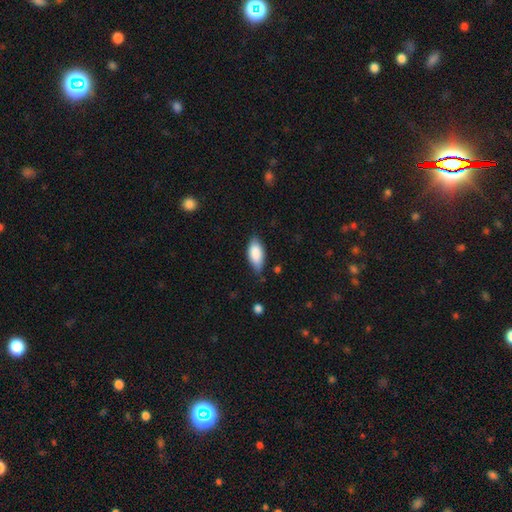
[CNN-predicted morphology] This is clearly a smooth galaxy (86%). How rounded: clearly in between (90%). Merging: likely none (69%).